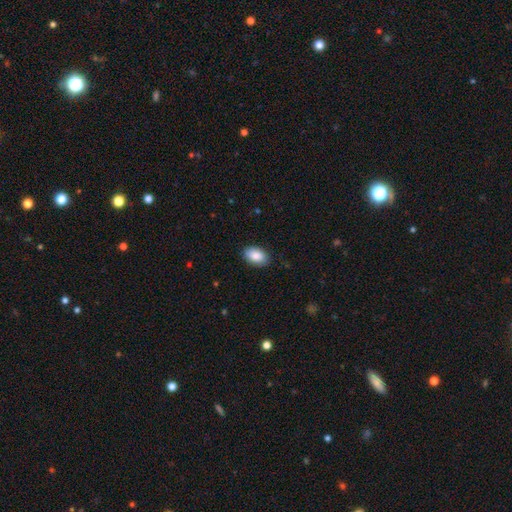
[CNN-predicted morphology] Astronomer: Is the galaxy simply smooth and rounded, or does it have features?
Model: smooth — 88%.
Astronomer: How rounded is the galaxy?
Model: in between — 92%.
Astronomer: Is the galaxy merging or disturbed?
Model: none — 87%.